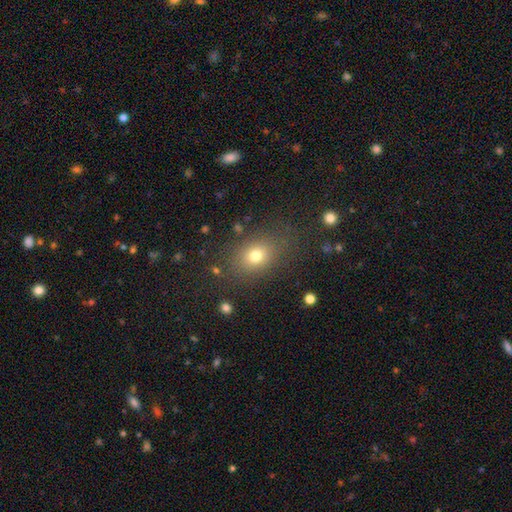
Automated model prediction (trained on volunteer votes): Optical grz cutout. It shows a smooth galaxy with no disk features (75%) that is in between round and cigar-shaped (62%). Merging: none (77%).